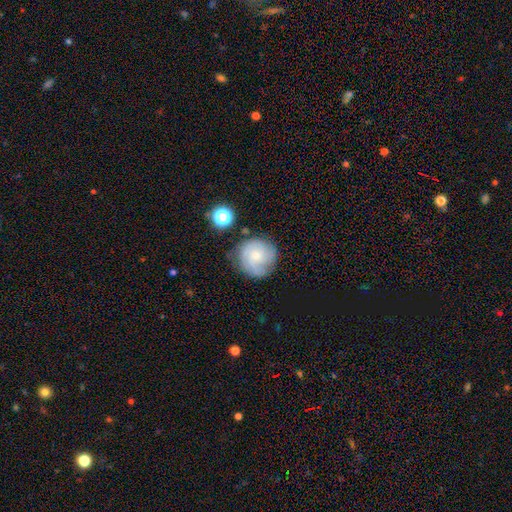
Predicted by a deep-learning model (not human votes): Q: Smooth or featured?
A: featured or disk (49%); runner-up: smooth (41%)
Q: Merging?
A: none (73%); runner-up: minor disturbance (17%)